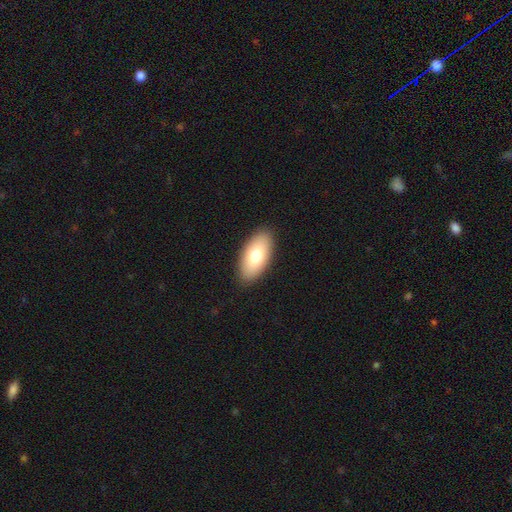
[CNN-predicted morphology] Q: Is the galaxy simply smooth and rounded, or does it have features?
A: smooth — 76%.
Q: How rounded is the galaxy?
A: in between — 92%.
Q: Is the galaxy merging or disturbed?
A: none — 89%.